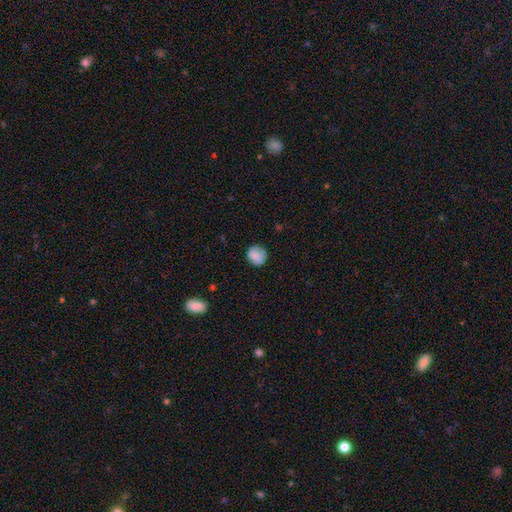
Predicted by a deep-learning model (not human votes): A smooth galaxy with no disk features (81%) that is round (81%). Merging: none (75%).